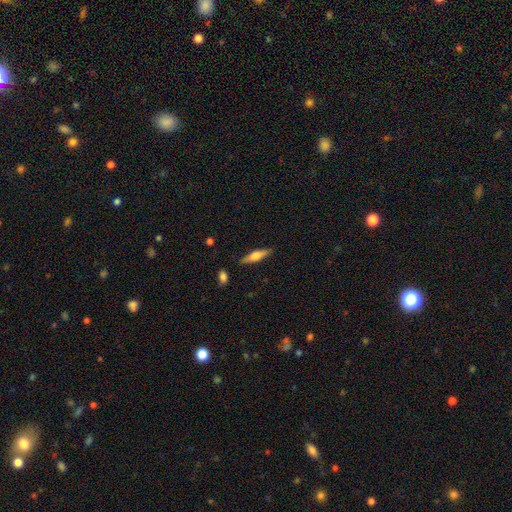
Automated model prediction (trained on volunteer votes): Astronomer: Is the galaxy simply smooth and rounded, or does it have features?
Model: smooth — 53% (runner-up: featured or disk, 41%).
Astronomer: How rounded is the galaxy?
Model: cigar-shaped — 66%.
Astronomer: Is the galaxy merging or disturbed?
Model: none — 86%.